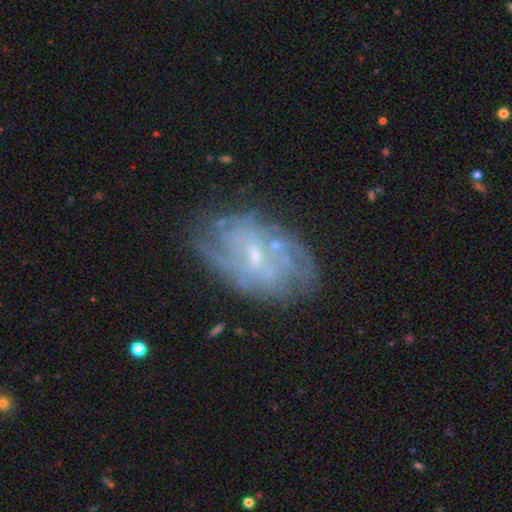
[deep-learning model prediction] Smooth or featured: featured or disk — 76% (smooth — 16%)
Edge-on disk: no — 96% (yes — 4%)
Bar: no — 47% (weak — 44%)
Spiral arms: yes — 80% (no — 20%)
Spiral winding: tight — 50% (medium — 34%)
Spiral arm count: can't tell — 54% (2 — 15%)
Bulge size: small — 74% (moderate — 19%)
Merging: none — 67% (minor disturbance — 20%)